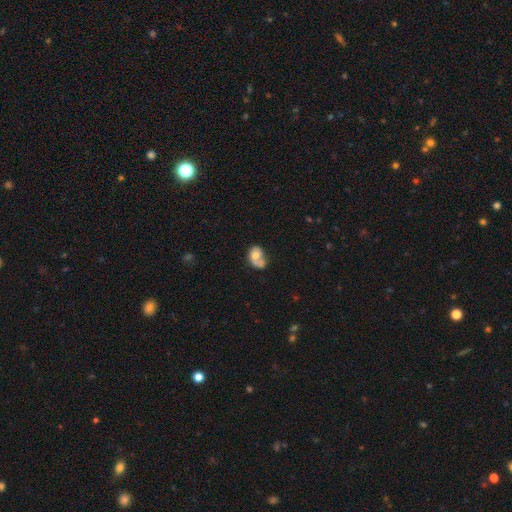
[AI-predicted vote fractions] Smooth or featured? Predicted: smooth (p=0.60). How rounded? Predicted: in between (p=0.70). Merging? Predicted: merger (p=0.44).